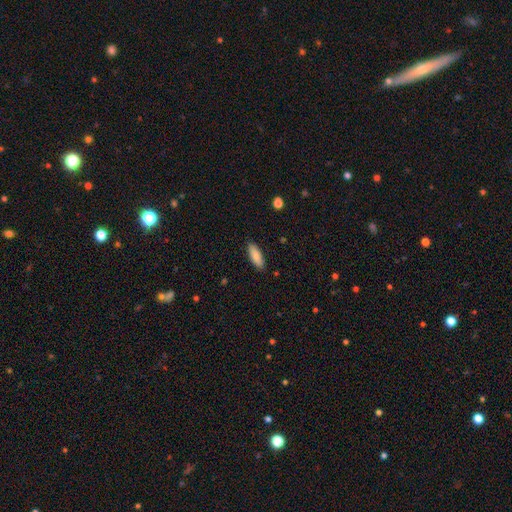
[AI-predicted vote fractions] A smooth galaxy with no disk features (87%) that is in between round and cigar-shaped (62%). Merging: none (88%).